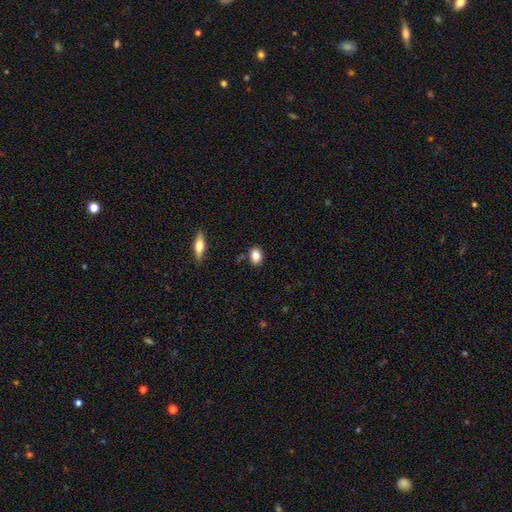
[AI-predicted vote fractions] Smooth or featured? Predicted: smooth (p=0.85). How rounded? Predicted: in between (p=0.65). Merging? Predicted: none (p=0.84).